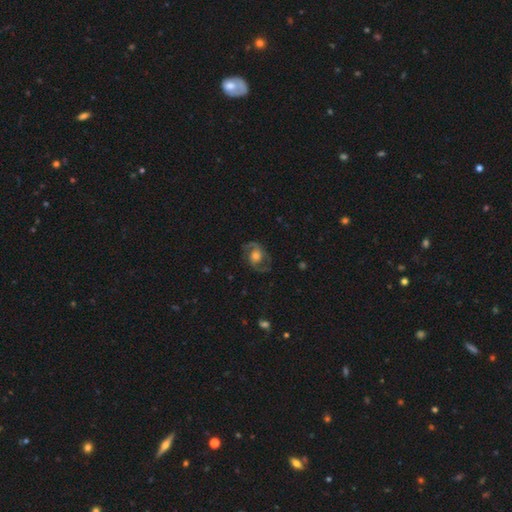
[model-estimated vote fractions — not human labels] This is likely a featured or disk galaxy (80%). It is clearly not viewed edge-on (97%). Bar: possibly no (59%). Spiral arm pattern: clearly yes (92%). Spiral arm count: clearly 2 (91%). Spiral winding: possibly medium (56%). Central bulge: possibly moderate (57%). Merging: likely none (77%).